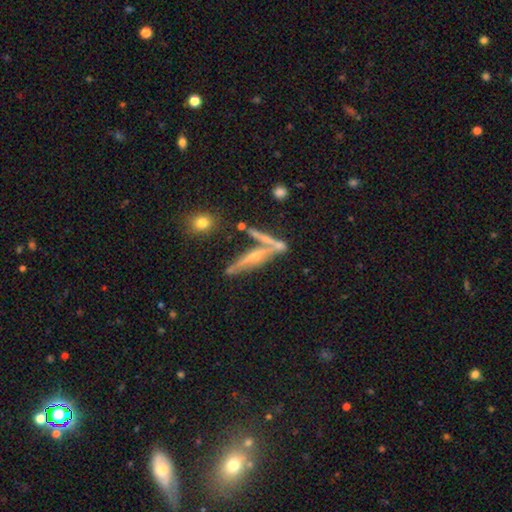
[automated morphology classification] Smooth or featured: featured or disk — 68% (smooth — 22%)
Edge-on disk: yes — 88% (no — 12%)
Edge-on bulge: rounded — 68% (none — 24%)
Merging: none — 56% (merger — 24%)